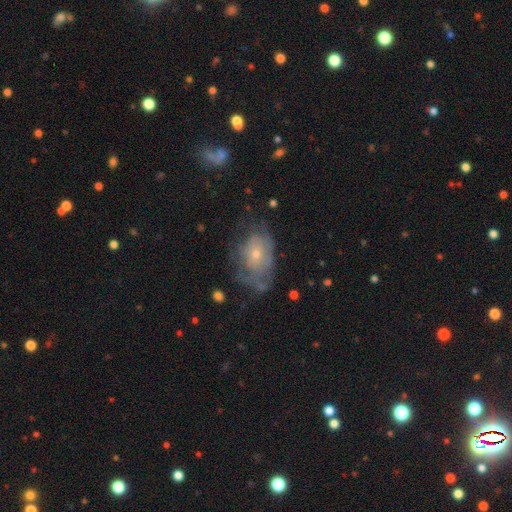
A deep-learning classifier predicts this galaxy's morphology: Smooth or featured? Predicted: featured or disk (p=0.53). Edge-on disk? Predicted: no (p=0.95). Bar? Predicted: no (p=0.84). Spiral arms? Predicted: no (p=0.51). Bulge size? Predicted: small (p=0.63). Merging? Predicted: none (p=0.39).